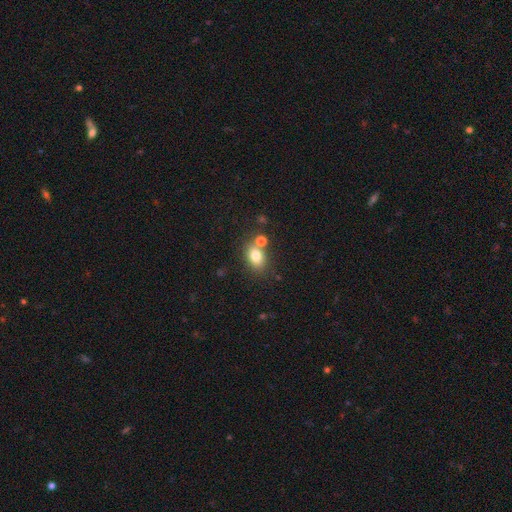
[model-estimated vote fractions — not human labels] This is likely a smooth galaxy (78%). How rounded: likely in between (71%). Merging: likely none (62%).